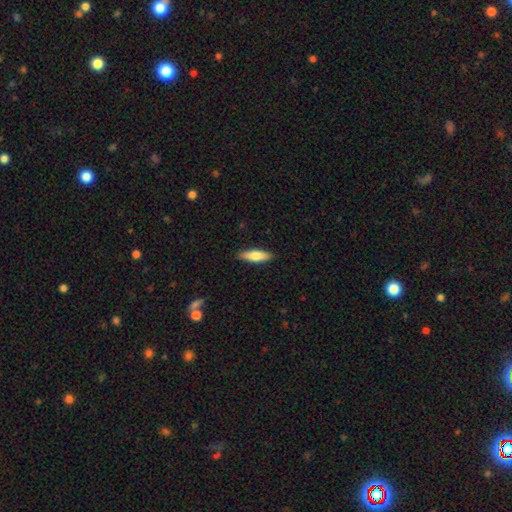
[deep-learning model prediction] A smooth galaxy with no disk features (76%) that is cigar-shaped (56%).

Vote fractions:
- Smooth or featured? smooth: 76% / featured or disk: 19% / star or artifact: 5%
- How rounded? cigar-shaped: 56% / in between: 43% / round: 2%
- Merging? none: 88% / minor disturbance: 9% / major disturbance: 2% / merger: 1%